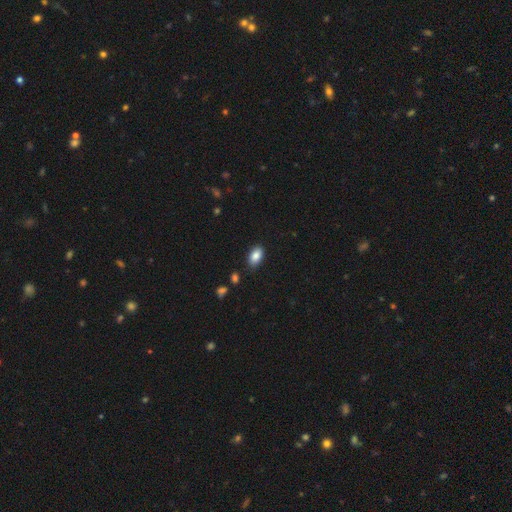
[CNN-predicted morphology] Smooth or featured: smooth — 86% (star or artifact — 8%)
How rounded: in between — 92% (round — 6%)
Merging: none — 84% (minor disturbance — 12%)